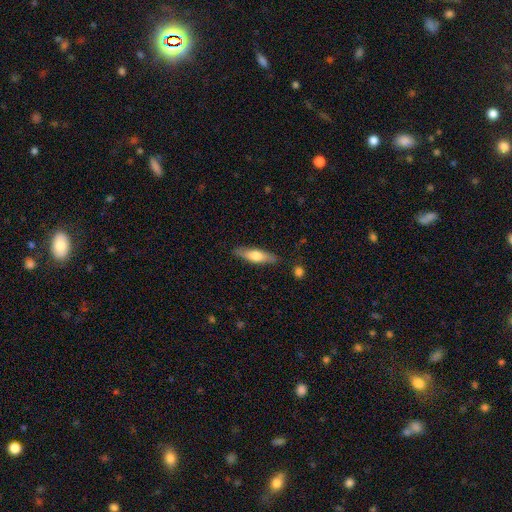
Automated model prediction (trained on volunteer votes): Morphology: type=smooth (59%); roundness=cigar-shaped (61%); merging=none (83%).